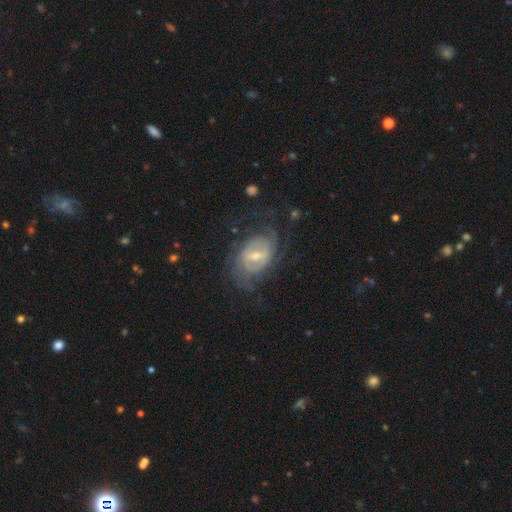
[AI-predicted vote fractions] featured or disk 81%, smooth 12%, star or artifact 6%. Down the decision tree: edge-on disk — no (96%); bar — weak (53%); spiral arms — yes (89%); spiral arm count — can't tell (38%); spiral winding — tight (47%); bulge size — small (48%); merging — none (60%).